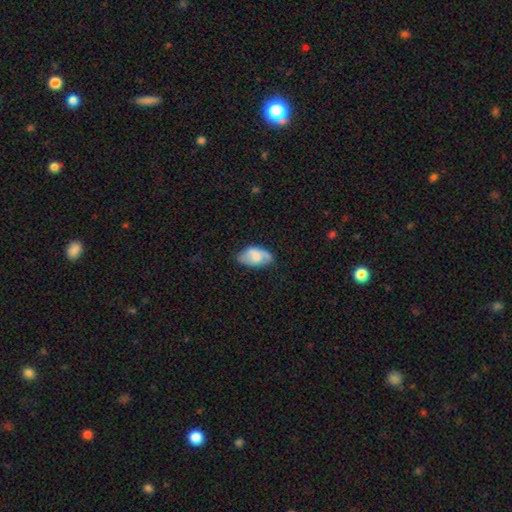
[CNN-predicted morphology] Overall: smooth (63%; featured or disk 31%). How rounded: in between (93%). Merging: none (63%; minor disturbance 28%).